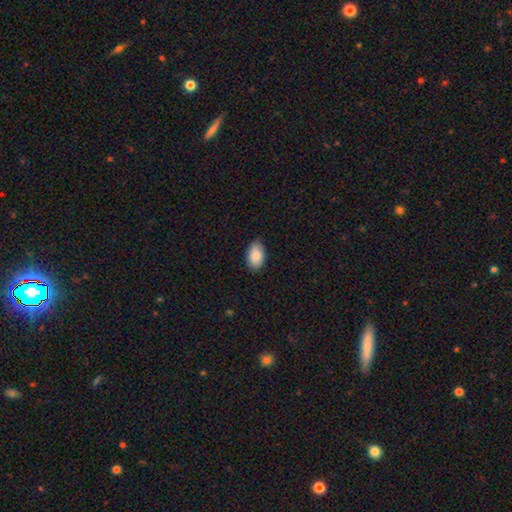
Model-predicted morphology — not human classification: A smooth galaxy with no disk features (87%) that is in between round and cigar-shaped (92%).

Vote fractions:
- Smooth or featured? smooth: 87% / star or artifact: 7% / featured or disk: 6%
- How rounded? in between: 92% / round: 6% / cigar-shaped: 1%
- Merging? none: 81% / minor disturbance: 16% / major disturbance: 2% / merger: 1%